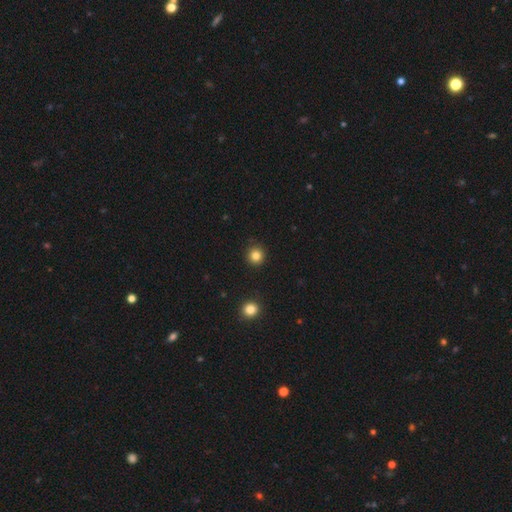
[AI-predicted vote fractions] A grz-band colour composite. It shows a smooth galaxy with no disk features (83%) that is round (94%). Merging: none (92%).